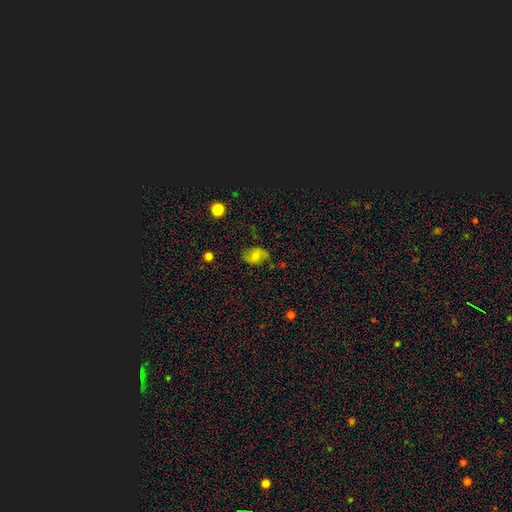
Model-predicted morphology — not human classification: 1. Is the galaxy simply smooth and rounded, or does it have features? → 56% smooth, 34% featured or disk, 11% star or artifact.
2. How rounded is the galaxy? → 73% in between, 26% round, 2% cigar-shaped.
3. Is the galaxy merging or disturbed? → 67% none, 23% minor disturbance, 8% major disturbance, 2% merger.